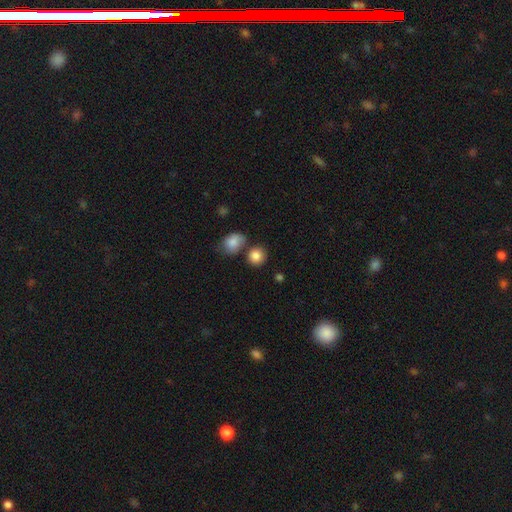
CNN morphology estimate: Overall: smooth (85%). How rounded: round (81%). Merging: none (70%).